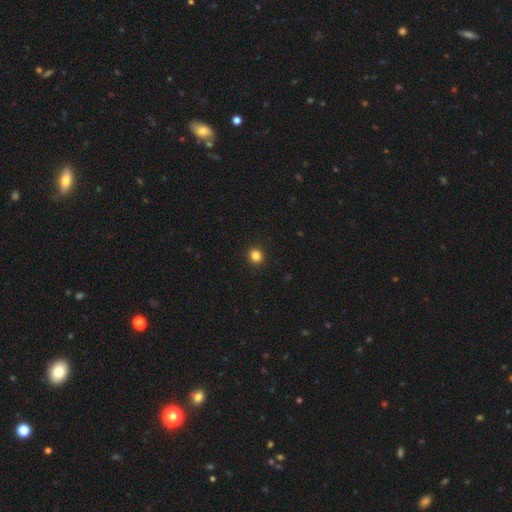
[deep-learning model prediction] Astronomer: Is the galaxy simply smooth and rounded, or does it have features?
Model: smooth — 85%.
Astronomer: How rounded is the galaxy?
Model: round — 91%.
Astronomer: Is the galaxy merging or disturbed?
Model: none — 93%.